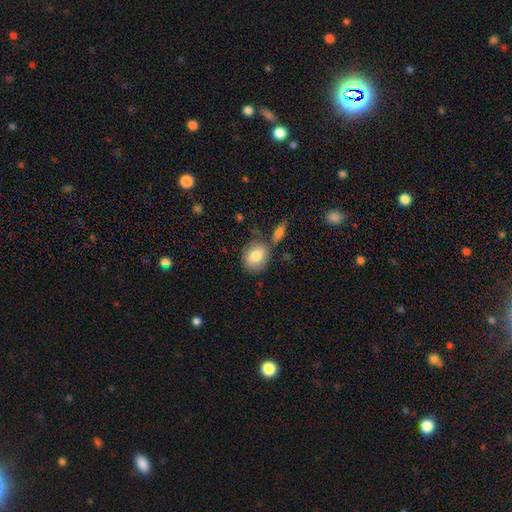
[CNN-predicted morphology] A smooth galaxy with no disk features (82%) that is round (51%).

Vote fractions:
- Smooth or featured? smooth: 82% / featured or disk: 11% / star or artifact: 7%
- How rounded? round: 51% / in between: 47% / cigar-shaped: 1%
- Merging? none: 67% / minor disturbance: 16% / merger: 12% / major disturbance: 5%